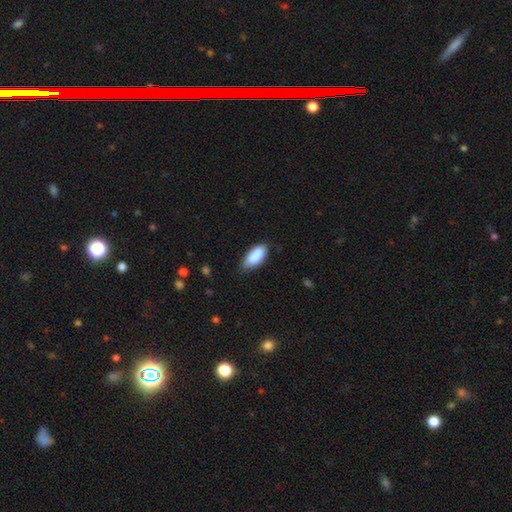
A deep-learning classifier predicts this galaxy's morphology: A smooth galaxy with no disk features (88%) that is in between round and cigar-shaped (88%).

Vote fractions:
- Smooth or featured? smooth: 88% / star or artifact: 6% / featured or disk: 6%
- How rounded? in between: 88% / cigar-shaped: 10% / round: 2%
- Merging? none: 66% / minor disturbance: 29% / major disturbance: 4% / merger: 2%